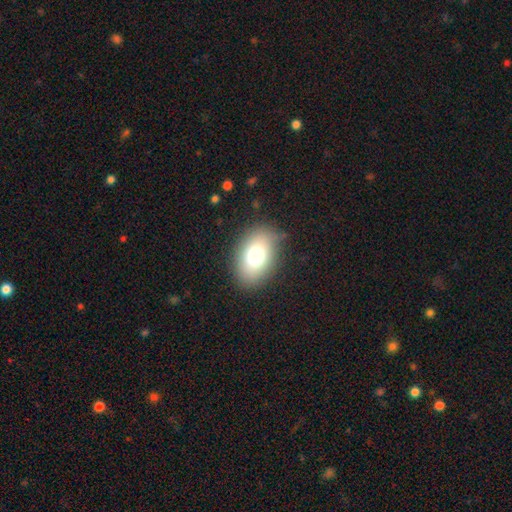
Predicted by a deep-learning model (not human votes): A smooth galaxy with no disk features (72%) that is in between round and cigar-shaped (79%).

Vote fractions:
- Smooth or featured? smooth: 72% / featured or disk: 16% / star or artifact: 12%
- How rounded? in between: 79% / round: 20% / cigar-shaped: 1%
- Merging? none: 83% / minor disturbance: 12% / major disturbance: 5% / merger: 1%